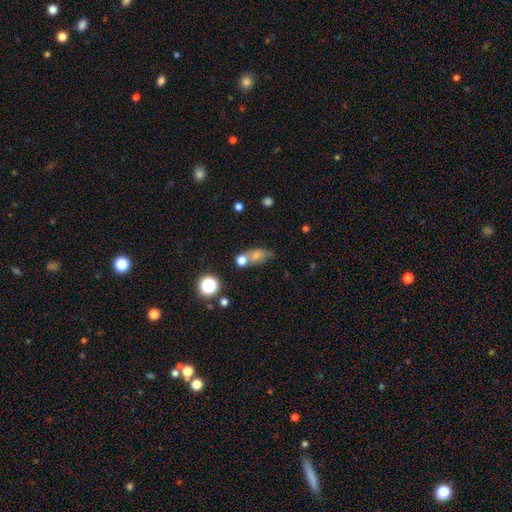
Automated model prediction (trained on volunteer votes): The model was most divided on "merging": none: 46%, merger: 31%, minor disturbance: 16%, major disturbance: 8%. More confident: smooth or featured — smooth (69%); how rounded — in between (66%).